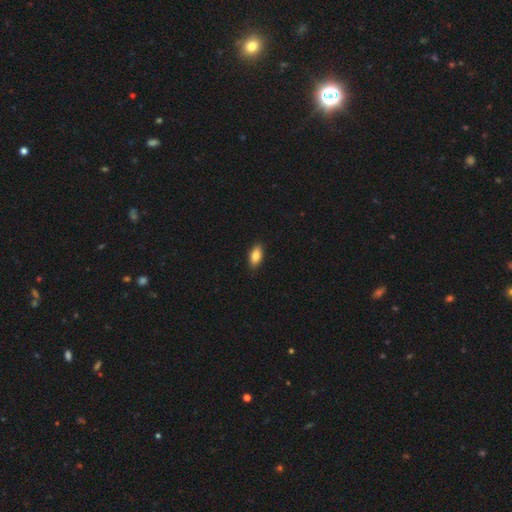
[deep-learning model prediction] Smooth or featured? Predicted: smooth (p=0.84). How rounded? Predicted: in between (p=0.89). Merging? Predicted: none (p=0.89).